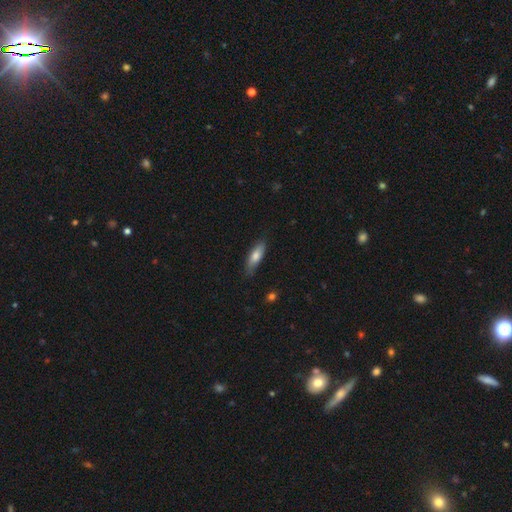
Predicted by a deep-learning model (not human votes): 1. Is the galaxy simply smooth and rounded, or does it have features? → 75% smooth, 19% featured or disk, 6% star or artifact.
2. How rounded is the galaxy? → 54% in between, 43% cigar-shaped, 2% round.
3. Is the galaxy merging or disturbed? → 79% none, 17% minor disturbance, 3% major disturbance, 1% merger.